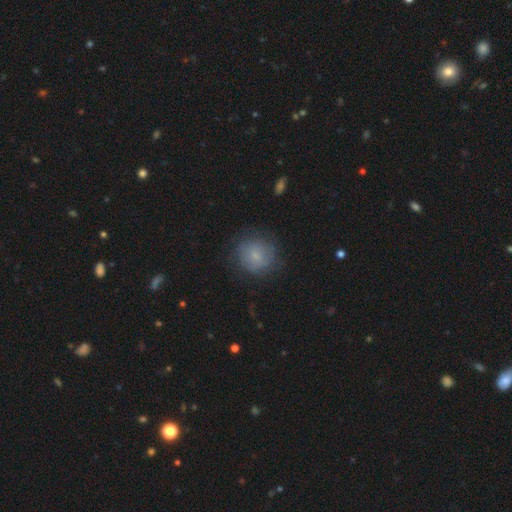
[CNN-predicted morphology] Smooth or featured? Predicted: smooth (p=0.74). How rounded? Predicted: round (p=0.86). Merging? Predicted: none (p=0.75).